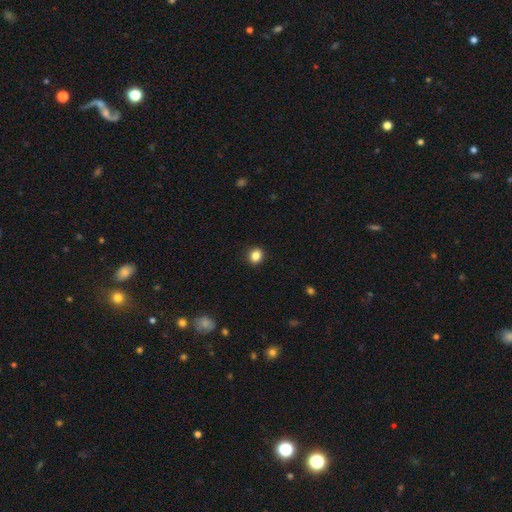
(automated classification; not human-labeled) Smooth or featured? Predicted: smooth (p=0.85). How rounded? Predicted: round (p=0.82). Merging? Predicted: none (p=0.92).